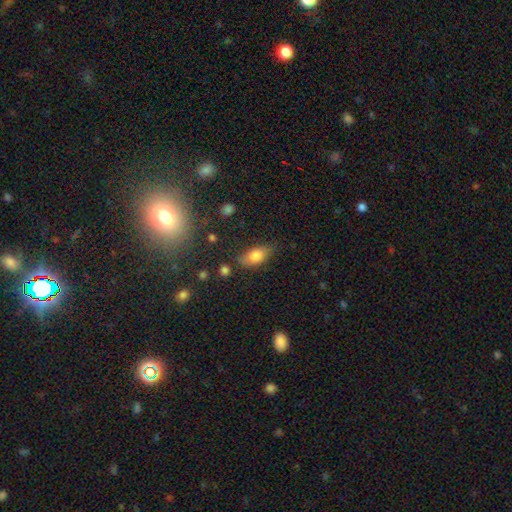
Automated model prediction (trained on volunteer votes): smooth 78%, featured or disk 13%, star or artifact 8%. Down the decision tree: how rounded — in between (86%); merging — none (70%).